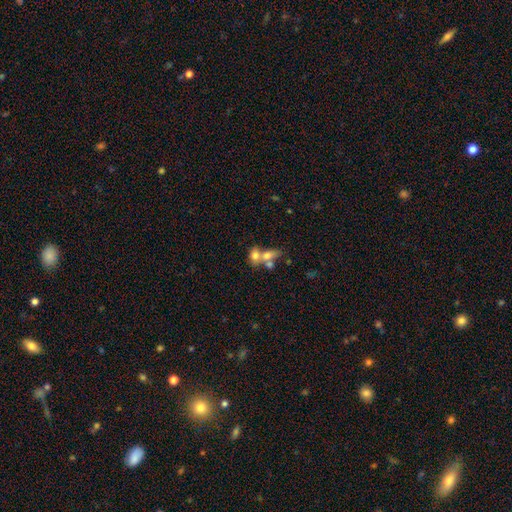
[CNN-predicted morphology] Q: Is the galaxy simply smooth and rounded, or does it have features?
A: smooth — 67%.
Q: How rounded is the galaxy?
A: in between — 59%.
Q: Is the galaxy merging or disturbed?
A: merger — 63%.